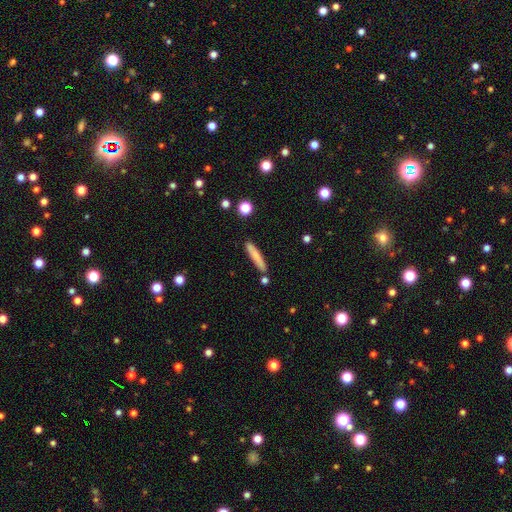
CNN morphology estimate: A smooth galaxy with no disk features (77%) that is cigar-shaped (91%).

Vote fractions:
- Smooth or featured? smooth: 77% / featured or disk: 16% / star or artifact: 7%
- How rounded? cigar-shaped: 91% / in between: 7% / round: 1%
- Merging? none: 82% / minor disturbance: 11% / merger: 5% / major disturbance: 2%